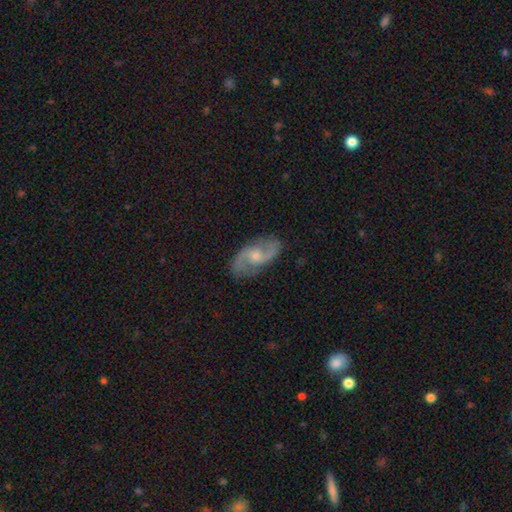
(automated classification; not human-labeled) featured or disk 84%, smooth 10%, star or artifact 6%. Down the decision tree: edge-on disk — no (96%); bar — no (50%); spiral arms — yes (96%); spiral arm count — 2 (92%); spiral winding — loose (47%); bulge size — moderate (48%); merging — none (84%).